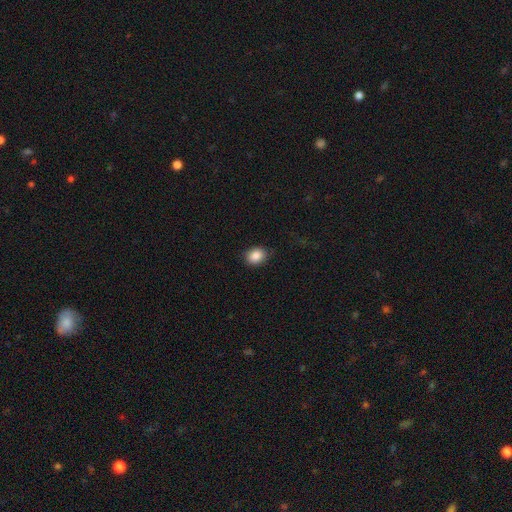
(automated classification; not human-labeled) Smooth or featured? Predicted: smooth (p=0.86). How rounded? Predicted: round (p=0.51). Merging? Predicted: none (p=0.84).